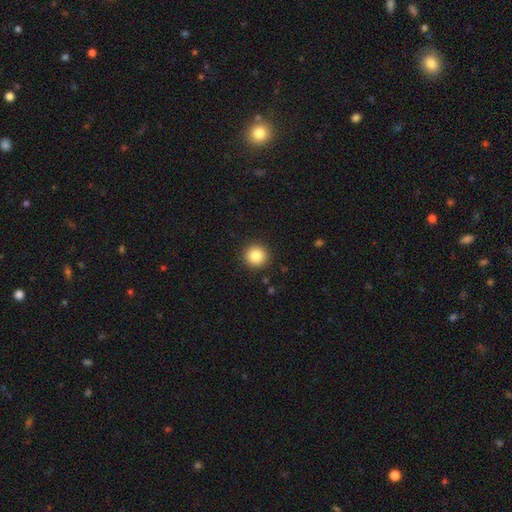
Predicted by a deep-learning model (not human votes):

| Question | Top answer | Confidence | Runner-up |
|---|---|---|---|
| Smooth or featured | smooth | 85% | star or artifact (10%) |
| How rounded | round | 94% | in between (5%) |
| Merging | none | 91% | minor disturbance (6%) |